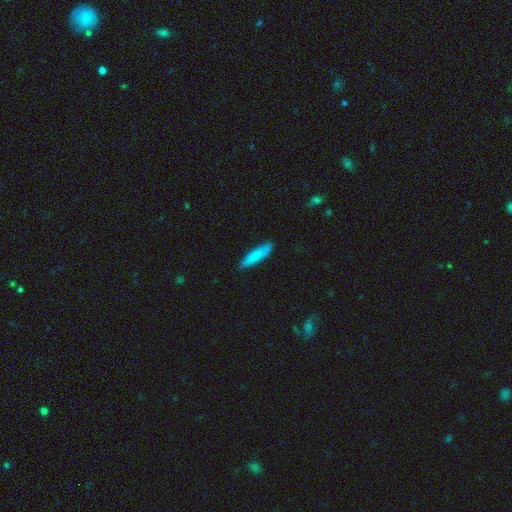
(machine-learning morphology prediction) Smooth or featured? smooth (84%)
How rounded? cigar-shaped (78%)
Merging? none (81%)